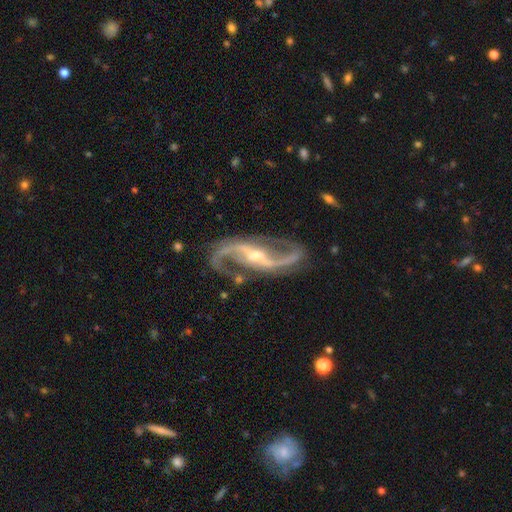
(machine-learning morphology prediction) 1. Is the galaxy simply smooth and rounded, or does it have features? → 94% featured or disk, 4% star or artifact, 2% smooth.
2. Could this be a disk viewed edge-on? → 97% no, 3% yes.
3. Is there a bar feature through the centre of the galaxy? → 52% strong, 31% weak, 18% no.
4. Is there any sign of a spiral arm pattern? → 98% yes, 2% no.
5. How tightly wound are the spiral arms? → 54% loose, 38% medium, 8% tight.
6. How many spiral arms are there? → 94% 2, 1% 3, 1% can't tell, 1% 1, 1% 4, 1% more than 4.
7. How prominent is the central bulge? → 56% small, 40% moderate, 2% large, 1% none, 1% dominant.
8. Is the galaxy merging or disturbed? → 80% none, 13% minor disturbance, 6% major disturbance, 2% merger.